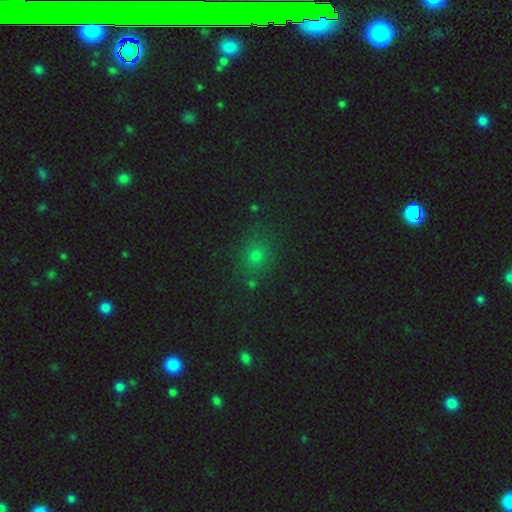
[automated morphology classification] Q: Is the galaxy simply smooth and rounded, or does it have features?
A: smooth — 64%.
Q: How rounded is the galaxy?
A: round — 71%.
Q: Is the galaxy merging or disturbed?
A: none — 81%.